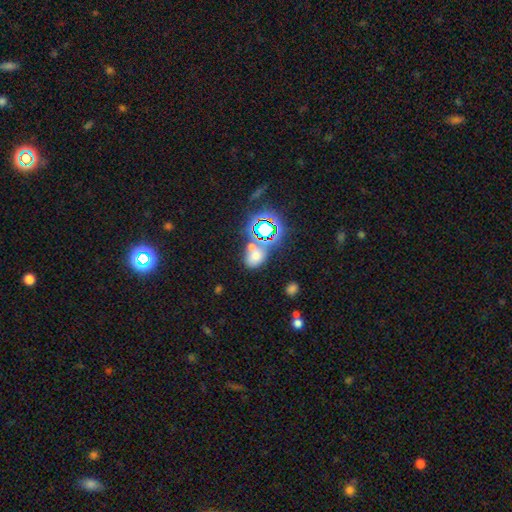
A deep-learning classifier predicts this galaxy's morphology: smooth 55%, star or artifact 33%, featured or disk 12%. Down the decision tree: how rounded — in between (62%); merging — none (48%).